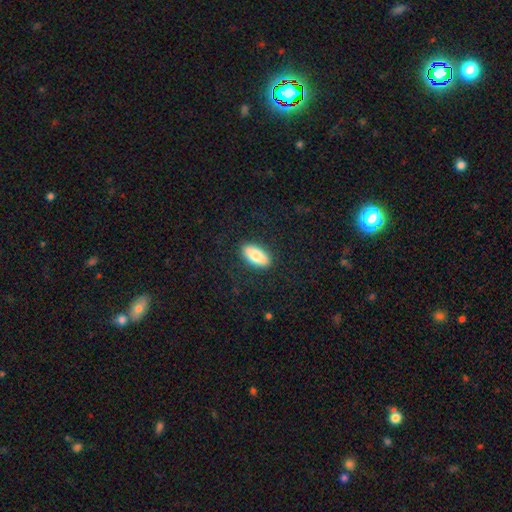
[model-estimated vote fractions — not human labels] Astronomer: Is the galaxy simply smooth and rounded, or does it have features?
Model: smooth — 80%.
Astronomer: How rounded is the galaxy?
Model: in between — 86%.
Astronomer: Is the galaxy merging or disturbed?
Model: none — 86%.